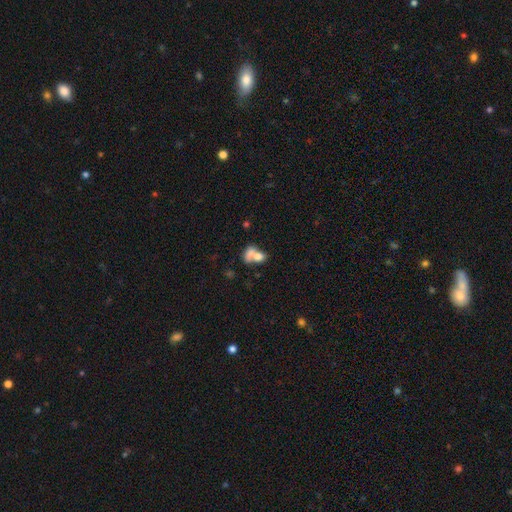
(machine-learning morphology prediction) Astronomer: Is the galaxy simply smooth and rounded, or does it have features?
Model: smooth — 71%.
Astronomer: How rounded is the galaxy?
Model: in between — 71%.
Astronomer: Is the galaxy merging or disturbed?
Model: merger — 65%.